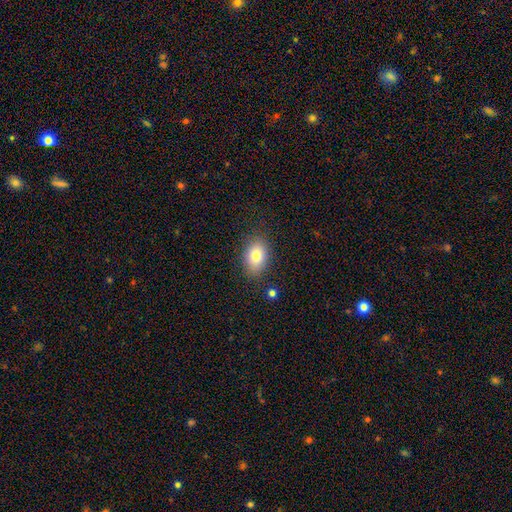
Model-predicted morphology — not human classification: A smooth galaxy with no disk features (79%) that is in between round and cigar-shaped (81%). Merging: none (83%).